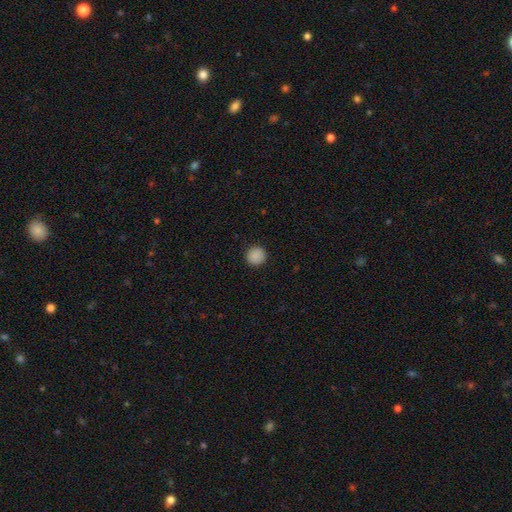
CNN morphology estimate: A smooth galaxy with no disk features (88%) that is round (93%).

Vote fractions:
- Smooth or featured? smooth: 88% / star or artifact: 9% / featured or disk: 3%
- How rounded? round: 93% / in between: 6% / cigar-shaped: 1%
- Merging? none: 91% / minor disturbance: 6% / major disturbance: 2% / merger: 1%